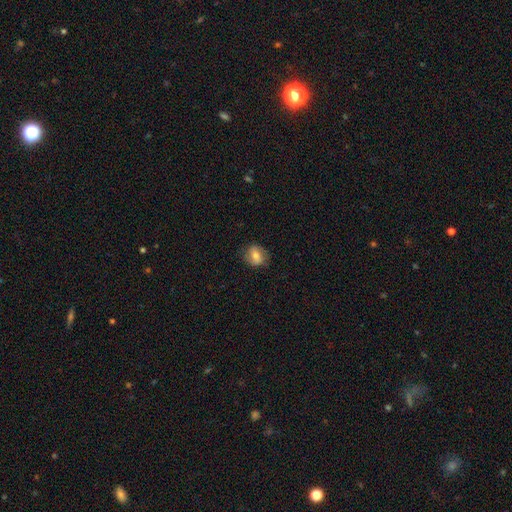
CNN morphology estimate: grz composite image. It shows a smooth galaxy with no disk features (59%) that is round (50%). Merging: none (77%).